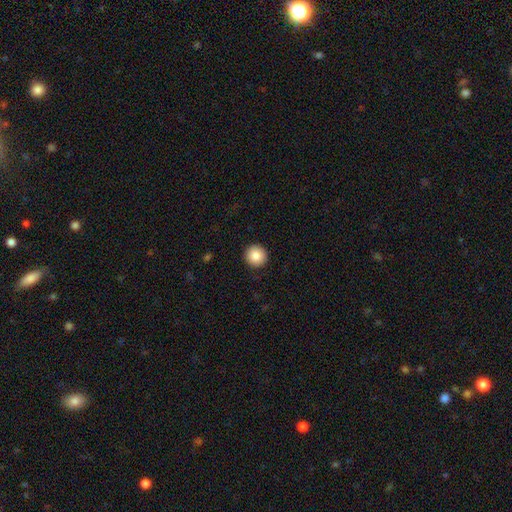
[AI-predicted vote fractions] Overall: smooth (87%). How rounded: round (96%). Merging: none (93%).